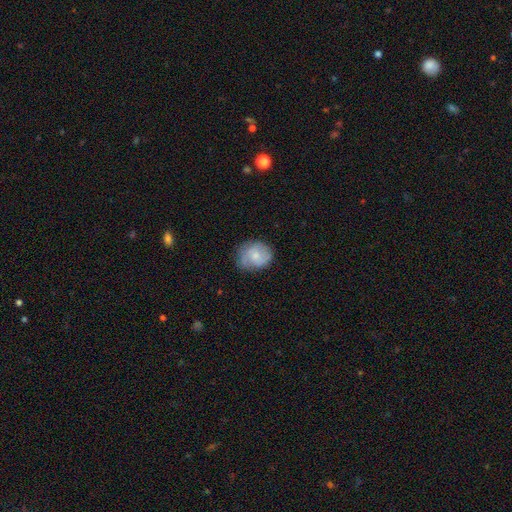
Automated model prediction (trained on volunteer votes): A smooth galaxy with no disk features (60%) that is round (60%).

Vote fractions:
- Smooth or featured? smooth: 60% / featured or disk: 33% / star or artifact: 7%
- How rounded? round: 60% / in between: 39% / cigar-shaped: 1%
- Merging? none: 64% / minor disturbance: 27% / major disturbance: 8% / merger: 1%